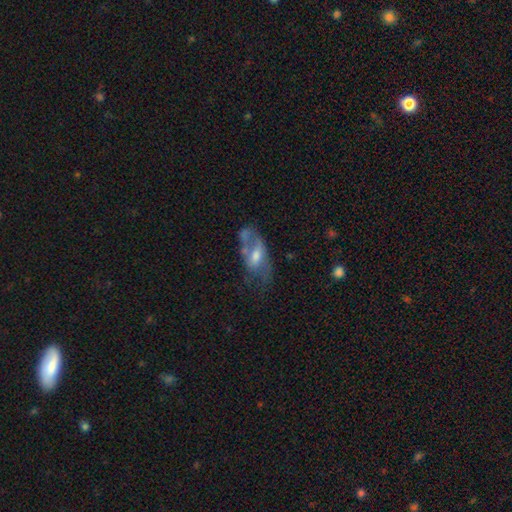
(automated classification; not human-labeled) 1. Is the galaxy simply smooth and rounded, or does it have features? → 58% featured or disk, 33% smooth, 9% star or artifact.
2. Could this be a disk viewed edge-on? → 90% no, 10% yes.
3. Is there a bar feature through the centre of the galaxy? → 55% no, 34% weak, 10% strong.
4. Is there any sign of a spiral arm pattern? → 56% no, 44% yes.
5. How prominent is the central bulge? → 57% moderate, 28% small, 8% large, 5% none, 1% dominant.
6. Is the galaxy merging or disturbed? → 33% major disturbance, 32% none, 23% minor disturbance, 13% merger.